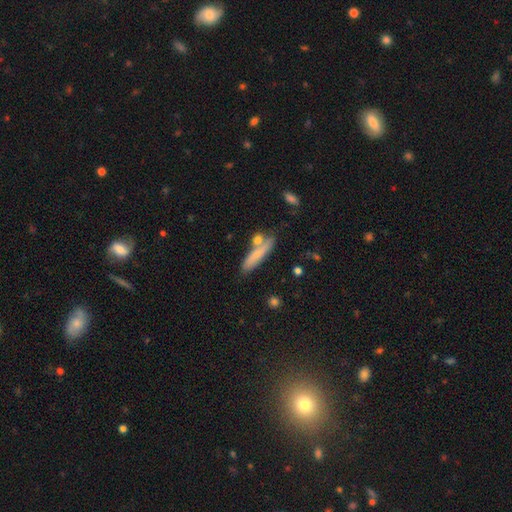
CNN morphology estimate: This is likely a smooth galaxy (73%). How rounded: likely cigar-shaped (78%). Merging: likely none (63%).